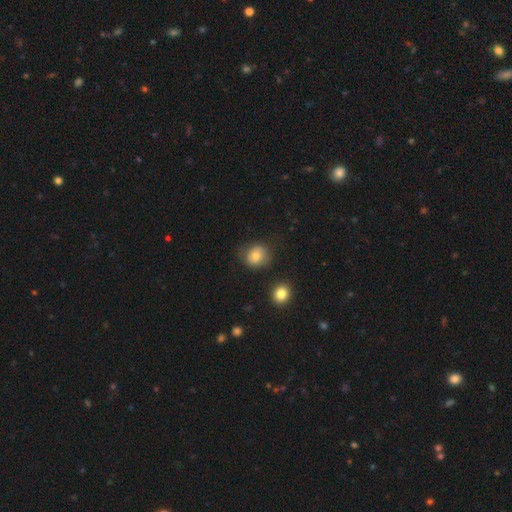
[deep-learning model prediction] The model was most divided on "how rounded": round: 77%, in between: 22%, cigar-shaped: 1%. More confident: smooth or featured — smooth (77%); merging — none (74%).